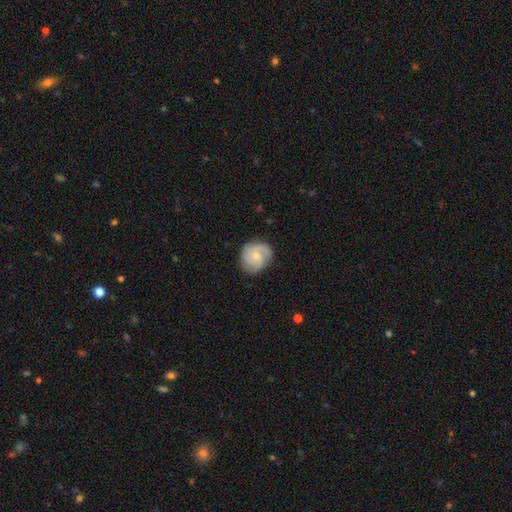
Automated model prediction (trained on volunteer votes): smooth-or-featured: featured or disk: 64% | smooth: 29% | star or artifact: 6%
  disk-edge-on: no: 98% | yes: 2%
    bar: no: 71% | weak: 25% | strong: 3%
    has-spiral-arms: yes: 93% | no: 7%
      spiral-winding: medium: 44% | tight: 41% | loose: 16%
      spiral-arm-count: 3: 40% | 2: 31% | can't tell: 15% | 1: 5% | 4: 4% | more than 4: 3%
    bulge-size: small: 50% | moderate: 46% | none: 2% | large: 2% | dominant: 1%
  merging: none: 75% | minor disturbance: 19% | major disturbance: 5% | merger: 1%